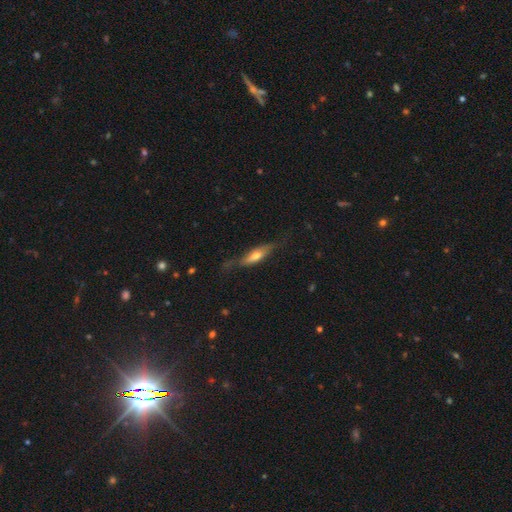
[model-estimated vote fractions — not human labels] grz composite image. It shows a smooth galaxy with no disk features (48%). Merging: none (61%).